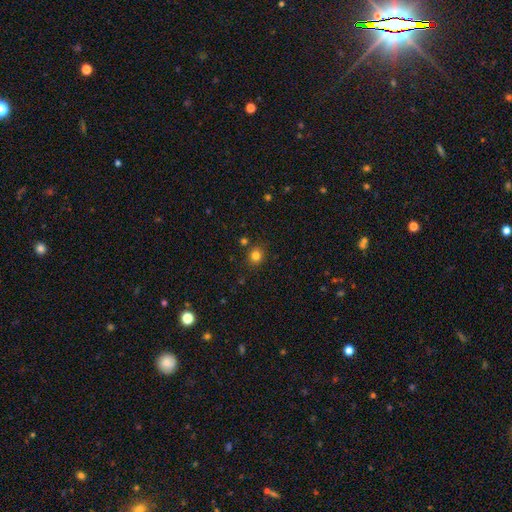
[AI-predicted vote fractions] smooth 81%, star or artifact 14%, featured or disk 5%. Down the decision tree: how rounded — round (83%); merging — none (85%).